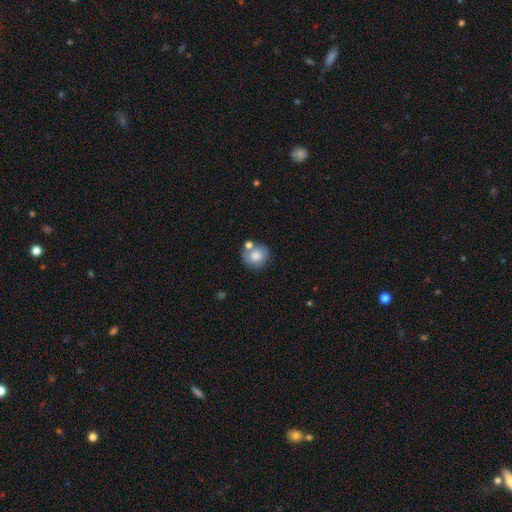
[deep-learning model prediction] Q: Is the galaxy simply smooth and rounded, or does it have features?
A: smooth — 79%.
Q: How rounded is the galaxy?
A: round — 87%.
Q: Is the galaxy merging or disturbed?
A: none — 63%.